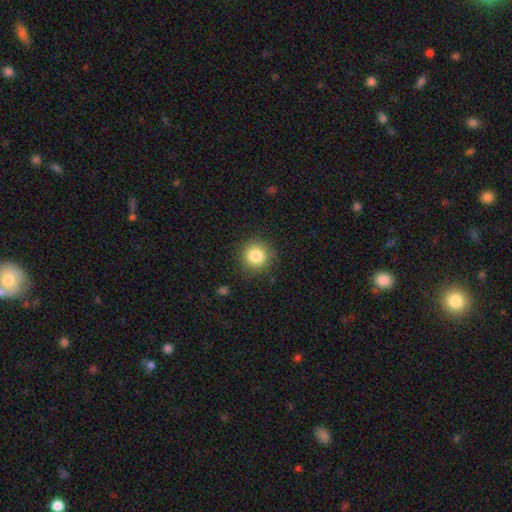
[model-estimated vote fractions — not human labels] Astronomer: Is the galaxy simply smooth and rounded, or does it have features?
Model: smooth — 83%.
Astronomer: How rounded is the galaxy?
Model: round — 93%.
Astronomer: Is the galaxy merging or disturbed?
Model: none — 87%.